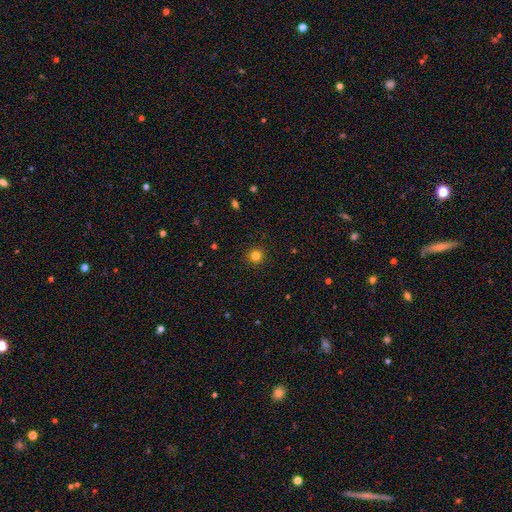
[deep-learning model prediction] A smooth galaxy with no disk features (82%) that is round (95%). Merging: none (93%).